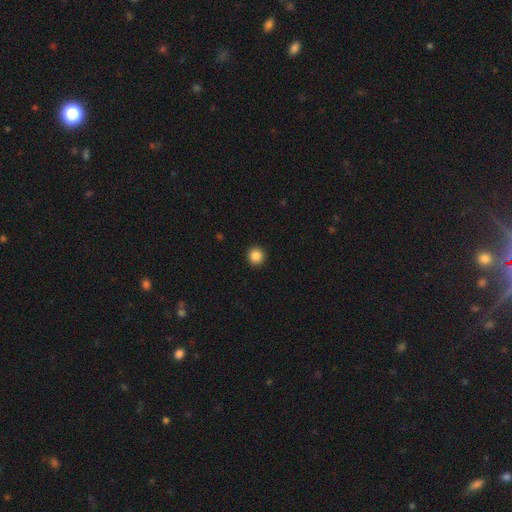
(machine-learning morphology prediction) This appears to be a smooth galaxy with no disk features (87%) that is round (95%). Merging: none (93%).